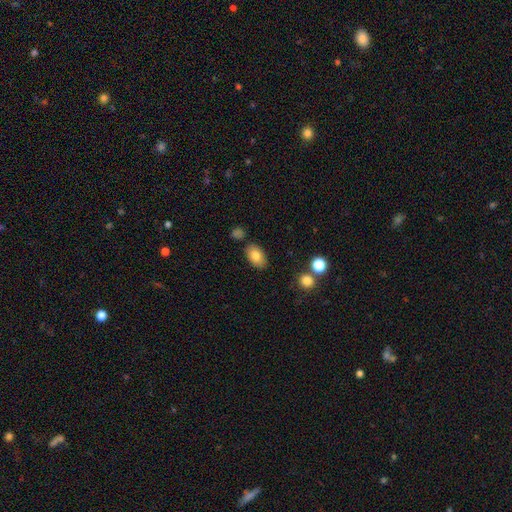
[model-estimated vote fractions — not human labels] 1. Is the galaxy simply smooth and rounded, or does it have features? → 81% smooth, 11% featured or disk, 8% star or artifact.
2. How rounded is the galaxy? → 90% in between, 8% round, 1% cigar-shaped.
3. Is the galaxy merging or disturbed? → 82% none, 11% minor disturbance, 5% merger, 3% major disturbance.